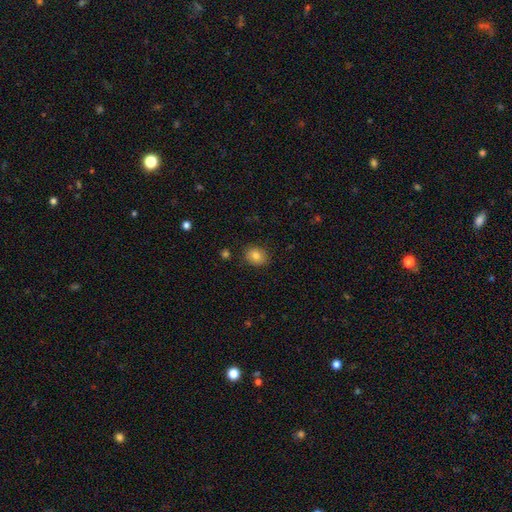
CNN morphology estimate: Overall: smooth (82%). How rounded: round (59%; in between 40%). Merging: none (86%).